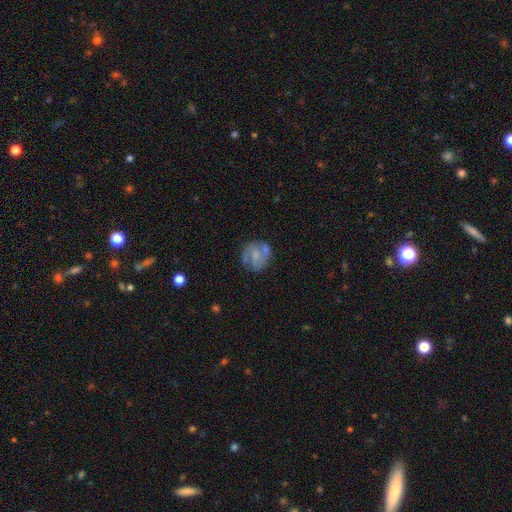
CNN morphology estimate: Smooth or featured?
  - featured or disk: 57% *
  - smooth: 36%
  - star or artifact: 8%
Edge-on disk?
  - no: 97% *
  - yes: 3%
Bar?
  - no: 56% *
  - weak: 35%
  - strong: 9%
Spiral arms?
  - yes: 65% *
  - no: 35%
Bulge size?
  - small: 41% *
  - moderate: 29%
  - none: 25%
  - large: 3%
  - dominant: 1%
Merging?
  - none: 54% *
  - minor disturbance: 21%
  - merger: 13%
  - major disturbance: 12%